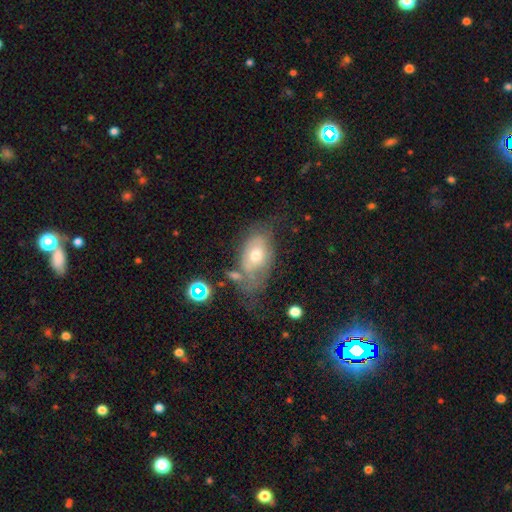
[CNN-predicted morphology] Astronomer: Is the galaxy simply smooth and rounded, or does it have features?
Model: smooth — 50% (runner-up: featured or disk, 40%).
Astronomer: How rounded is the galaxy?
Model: in between — 86%.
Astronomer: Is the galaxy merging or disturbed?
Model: none — 34% (runner-up: major disturbance, 27%).